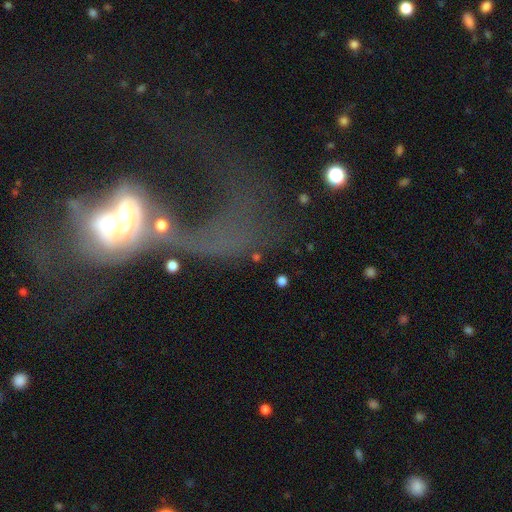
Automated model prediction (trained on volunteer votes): The model was most divided on "smooth or featured": featured or disk: 34%, star or artifact: 33%, smooth: 32%. Remaining: merging — major disturbance (35%).